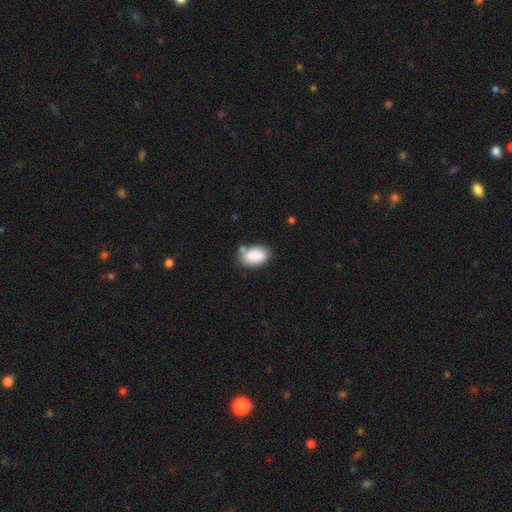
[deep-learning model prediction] Smooth or featured?
  - smooth: 88% *
  - star or artifact: 7%
  - featured or disk: 5%
How rounded?
  - in between: 90% *
  - round: 9%
  - cigar-shaped: 1%
Merging?
  - none: 66% *
  - minor disturbance: 18%
  - merger: 11%
  - major disturbance: 5%